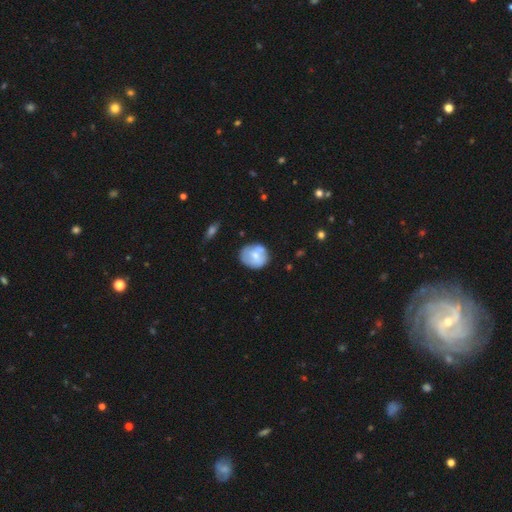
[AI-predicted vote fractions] smooth 58%, featured or disk 36%, star or artifact 7%. Down the decision tree: how rounded — round (75%); merging — none (63%).